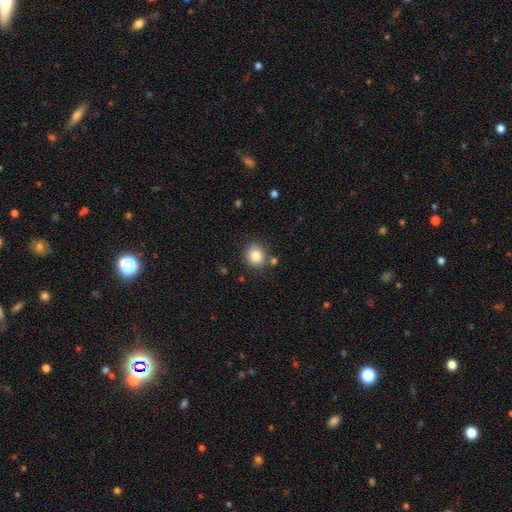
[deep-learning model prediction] Q: Smooth or featured?
A: smooth (84%); runner-up: star or artifact (10%)
Q: How rounded?
A: round (82%); runner-up: in between (17%)
Q: Merging?
A: none (79%); runner-up: minor disturbance (11%)